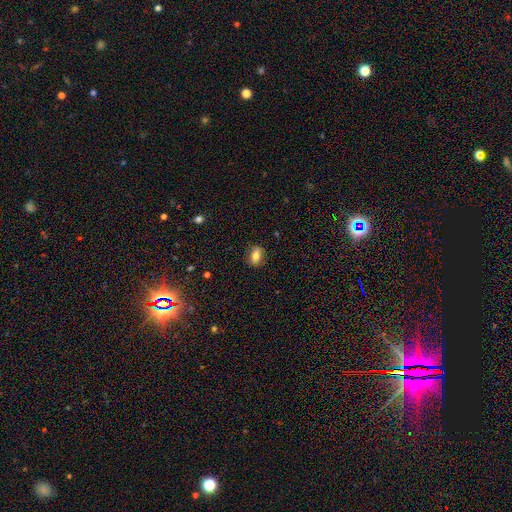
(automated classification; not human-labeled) Smooth or featured?
  - smooth: 70% *
  - featured or disk: 21%
  - star or artifact: 10%
How rounded?
  - in between: 77% *
  - round: 18%
  - cigar-shaped: 6%
Merging?
  - none: 81% *
  - minor disturbance: 14%
  - major disturbance: 4%
  - merger: 1%